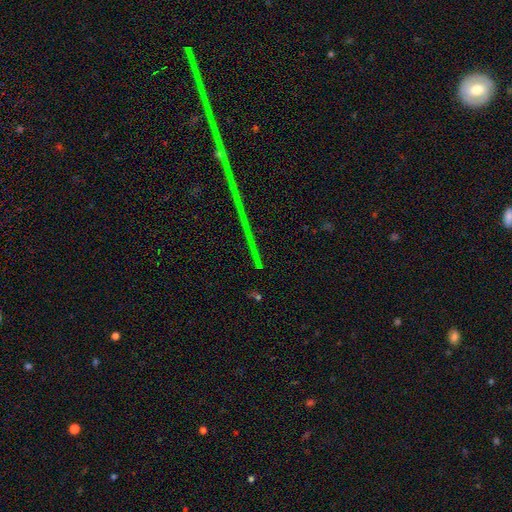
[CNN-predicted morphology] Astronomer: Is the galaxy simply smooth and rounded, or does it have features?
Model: star or artifact — 81%.